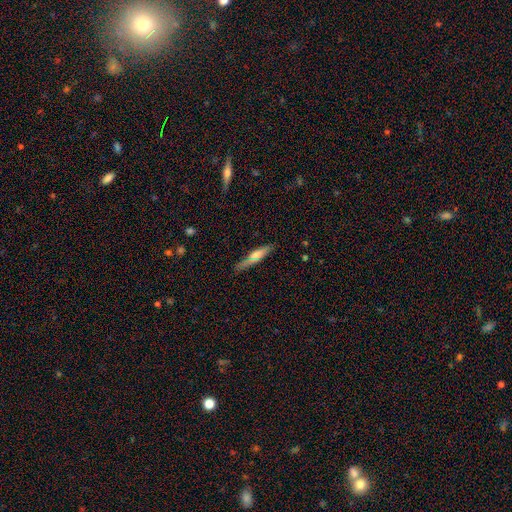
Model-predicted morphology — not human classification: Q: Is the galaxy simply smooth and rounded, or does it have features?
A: smooth — 49%.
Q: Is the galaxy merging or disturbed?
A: none — 80%.